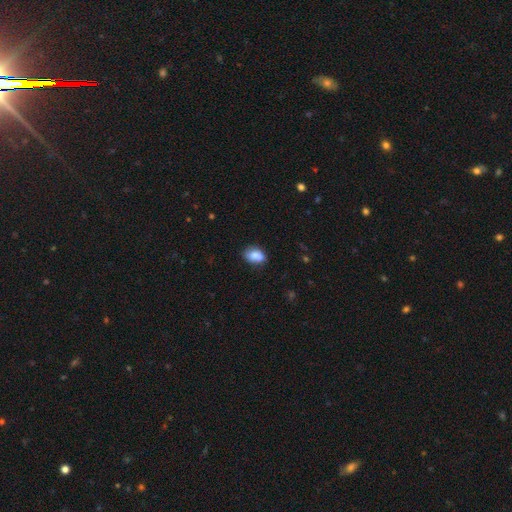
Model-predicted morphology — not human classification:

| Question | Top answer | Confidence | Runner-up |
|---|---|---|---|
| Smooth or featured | smooth | 81% | featured or disk (11%) |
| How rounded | in between | 81% | round (17%) |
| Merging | none | 62% | minor disturbance (24%) |